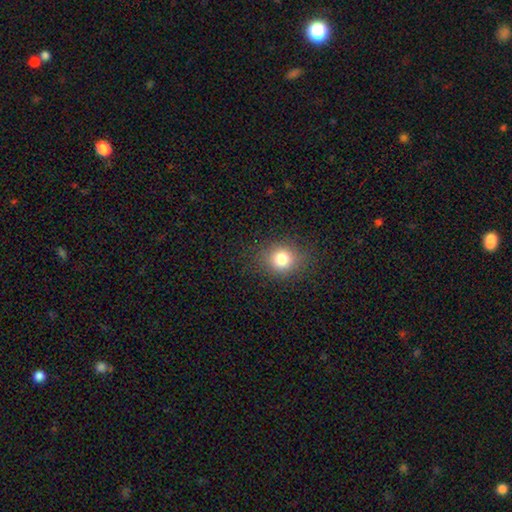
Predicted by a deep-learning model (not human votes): A smooth galaxy with no disk features (76%) that is round (68%).

Vote fractions:
- Smooth or featured? smooth: 76% / star or artifact: 18% / featured or disk: 6%
- How rounded? round: 68% / in between: 31% / cigar-shaped: 1%
- Merging? none: 90% / minor disturbance: 7% / major disturbance: 2% / merger: 1%